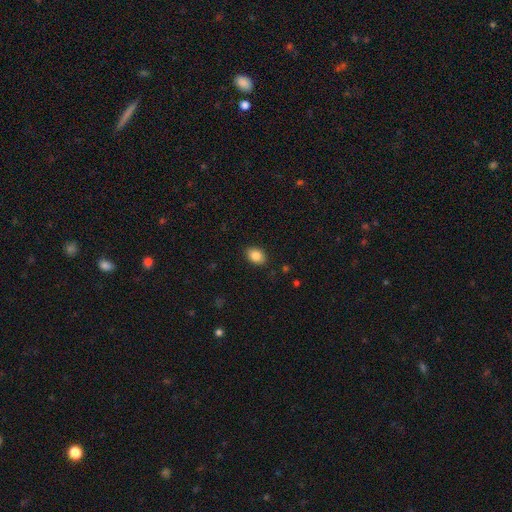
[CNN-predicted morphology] This appears to be a smooth galaxy with no disk features (86%) that is in between round and cigar-shaped (78%). Merging: none (88%).